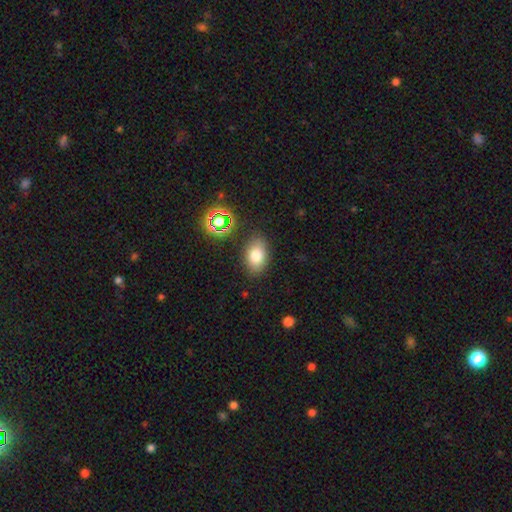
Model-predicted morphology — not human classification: smooth-or-featured: smooth: 77% | star or artifact: 13% | featured or disk: 11%
  how-rounded: in between: 85% | round: 14% | cigar-shaped: 1%
  merging: none: 84% | minor disturbance: 11% | major disturbance: 3% | merger: 3%